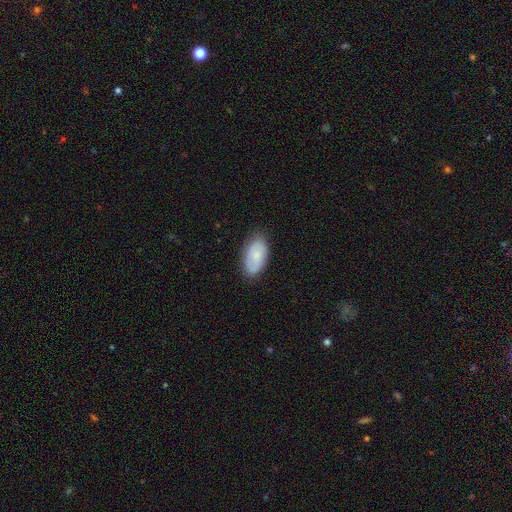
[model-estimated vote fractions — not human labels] Smooth or featured: smooth — 75% (featured or disk — 19%)
How rounded: in between — 94% (round — 3%)
Merging: none — 81% (minor disturbance — 15%)